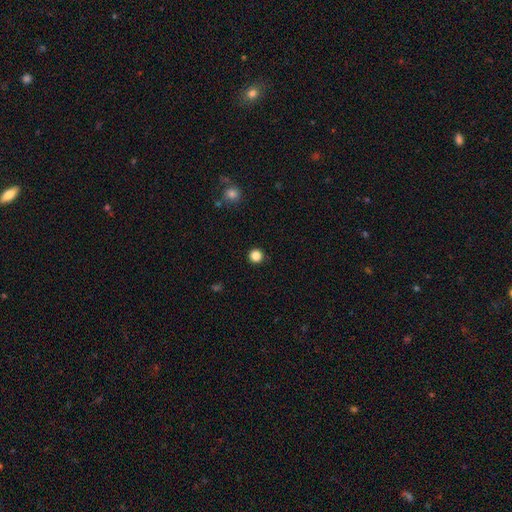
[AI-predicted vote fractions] Morphology: type=smooth (85%); roundness=round (96%); merging=none (93%).